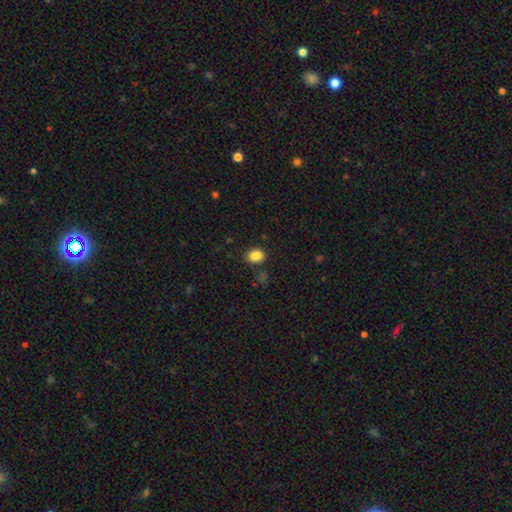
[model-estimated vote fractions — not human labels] Smooth or featured?
  - smooth: 85% *
  - star or artifact: 11%
  - featured or disk: 4%
How rounded?
  - in between: 60% *
  - round: 39%
  - cigar-shaped: 1%
Merging?
  - none: 79% *
  - minor disturbance: 13%
  - merger: 4%
  - major disturbance: 4%